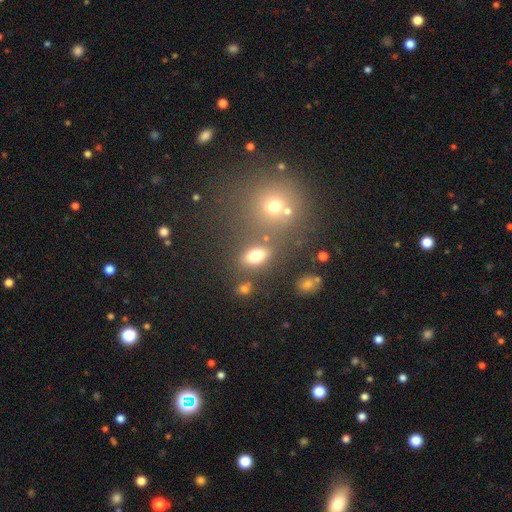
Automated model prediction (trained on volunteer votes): The model was most divided on "merging": none: 69%, minor disturbance: 13%, merger: 12%, major disturbance: 6%. More confident: how rounded — in between (81%); smooth or featured — smooth (75%).